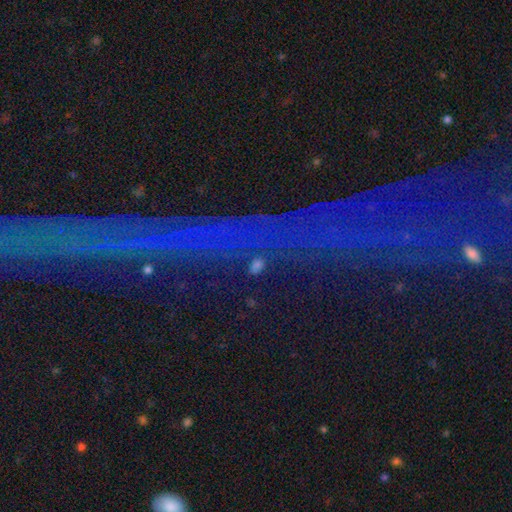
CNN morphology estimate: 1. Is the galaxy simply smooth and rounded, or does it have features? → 77% star or artifact, 12% featured or disk, 11% smooth.